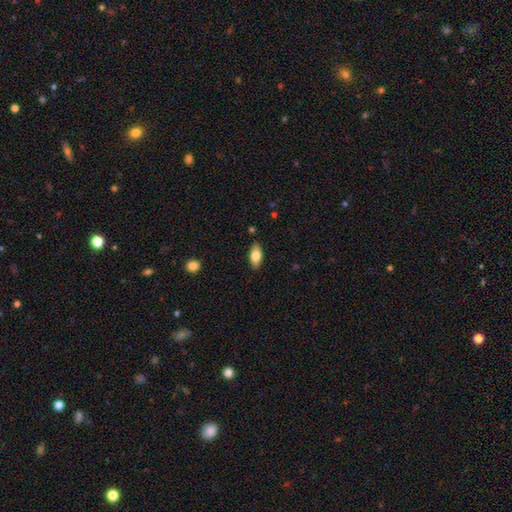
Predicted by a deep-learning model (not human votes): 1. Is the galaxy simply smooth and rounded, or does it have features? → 77% smooth, 17% featured or disk, 7% star or artifact.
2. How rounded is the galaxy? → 88% in between, 9% cigar-shaped, 3% round.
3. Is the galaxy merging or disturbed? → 86% none, 10% minor disturbance, 2% major disturbance, 1% merger.